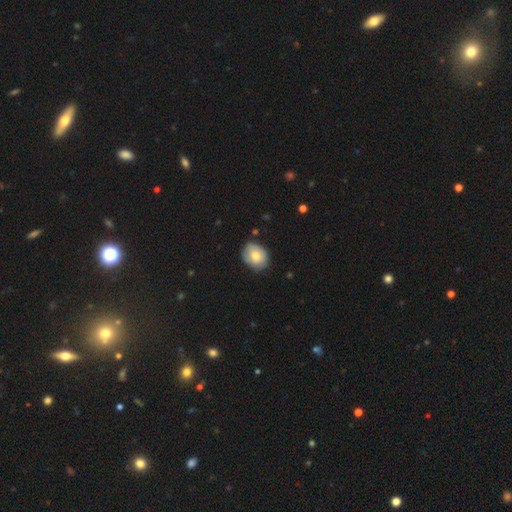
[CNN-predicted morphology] A smooth galaxy with no disk features (72%) that is round (56%). Merging: none (74%).